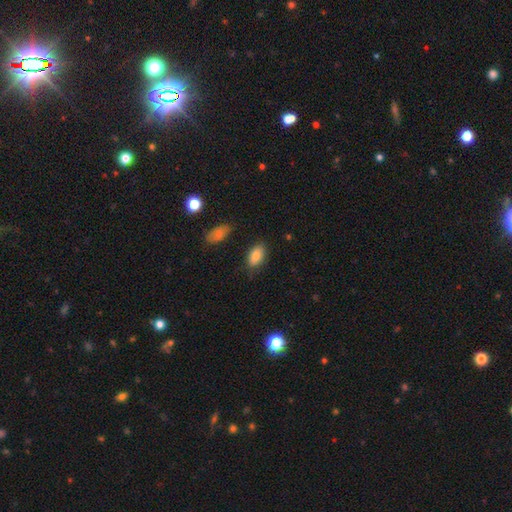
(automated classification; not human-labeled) Smooth or featured?
  - smooth: 83% *
  - featured or disk: 10%
  - star or artifact: 8%
How rounded?
  - in between: 92% *
  - round: 5%
  - cigar-shaped: 2%
Merging?
  - none: 81% *
  - minor disturbance: 14%
  - major disturbance: 3%
  - merger: 2%